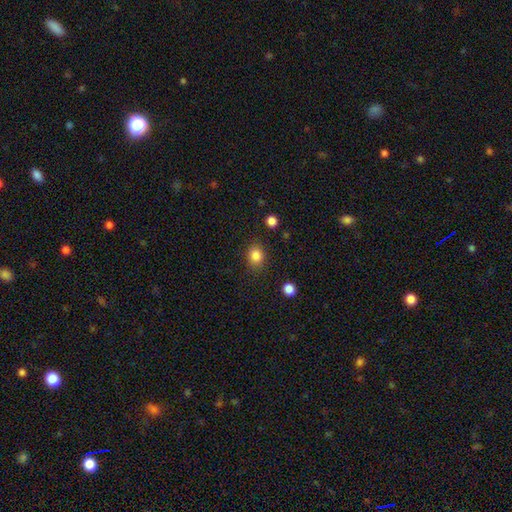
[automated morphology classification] The model was most divided on "how rounded": round: 70%, in between: 30%, cigar-shaped: 1%. More confident: merging — none (85%); smooth or featured — smooth (85%).